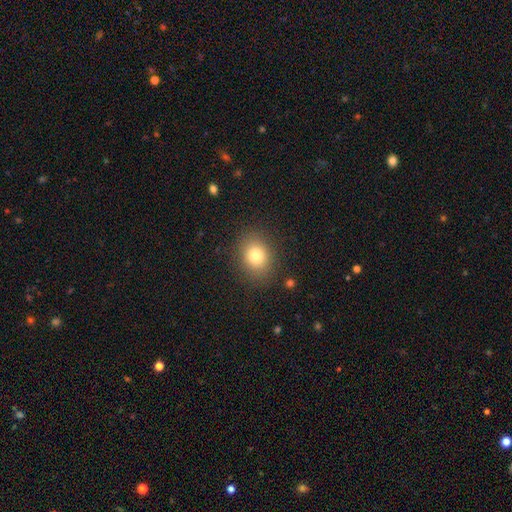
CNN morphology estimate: Smooth or featured?
  - smooth: 79% *
  - star or artifact: 12%
  - featured or disk: 9%
How rounded?
  - round: 54% *
  - in between: 45%
  - cigar-shaped: 1%
Merging?
  - none: 86% *
  - minor disturbance: 9%
  - major disturbance: 4%
  - merger: 1%